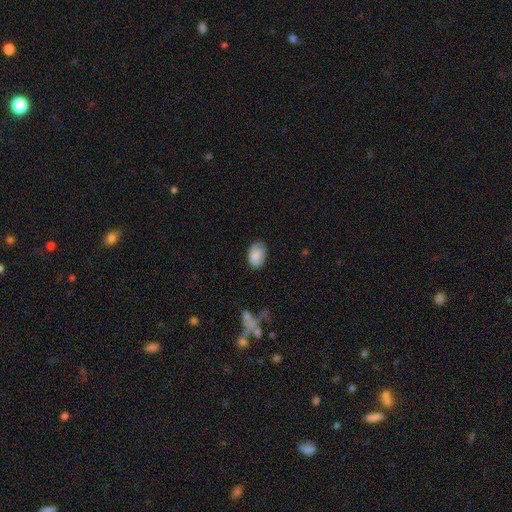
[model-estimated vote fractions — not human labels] Morphology: type=smooth (85%); roundness=in between (88%); merging=none (73%).